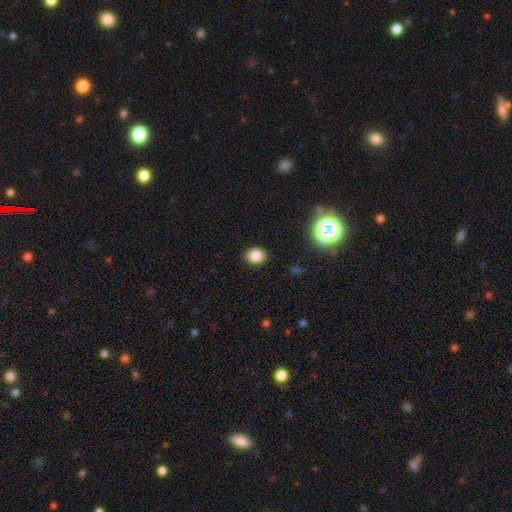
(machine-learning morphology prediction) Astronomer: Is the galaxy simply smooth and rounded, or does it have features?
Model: smooth — 82%.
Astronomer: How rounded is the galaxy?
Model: round — 57% (runner-up: in between, 42%).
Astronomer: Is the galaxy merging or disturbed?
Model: none — 88%.